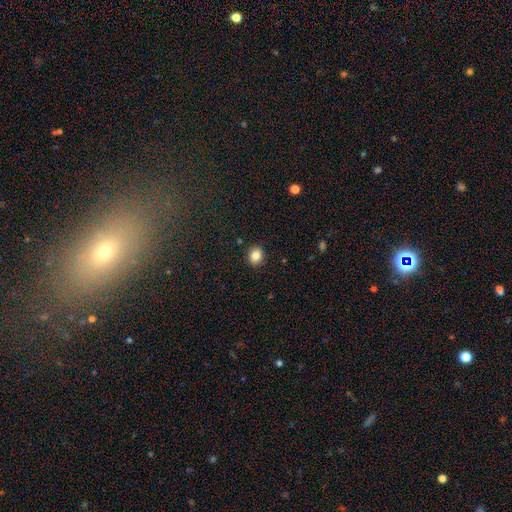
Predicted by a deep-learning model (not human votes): smooth-or-featured: smooth: 83% | star or artifact: 10% | featured or disk: 7%
  how-rounded: round: 73% | in between: 26% | cigar-shaped: 1%
  merging: none: 90% | minor disturbance: 7% | major disturbance: 2% | merger: 1%